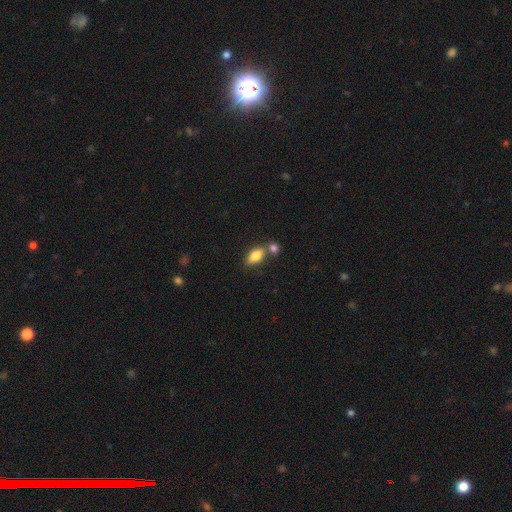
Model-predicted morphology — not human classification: Smooth or featured?
  - smooth: 81% *
  - featured or disk: 11%
  - star or artifact: 8%
How rounded?
  - in between: 87% *
  - round: 8%
  - cigar-shaped: 6%
Merging?
  - none: 56% *
  - merger: 30%
  - minor disturbance: 11%
  - major disturbance: 3%